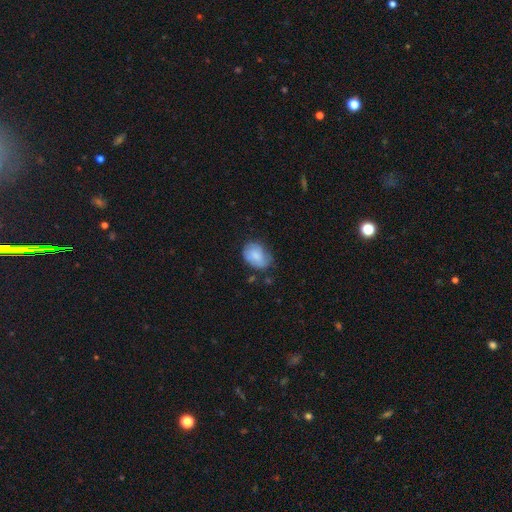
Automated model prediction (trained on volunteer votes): Smooth or featured?
  - smooth: 77% *
  - featured or disk: 16%
  - star or artifact: 7%
How rounded?
  - in between: 66% *
  - round: 33%
  - cigar-shaped: 1%
Merging?
  - none: 53% *
  - minor disturbance: 34%
  - major disturbance: 10%
  - merger: 3%